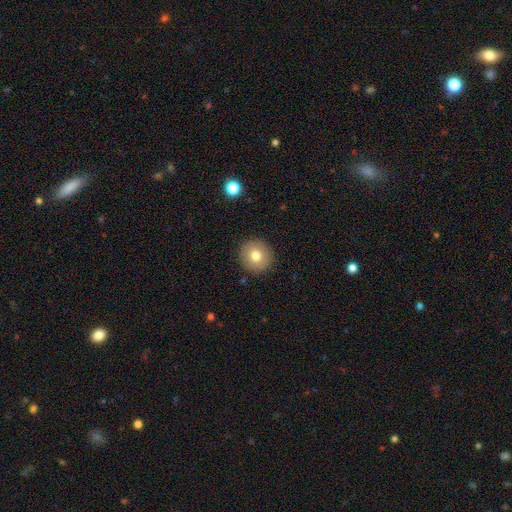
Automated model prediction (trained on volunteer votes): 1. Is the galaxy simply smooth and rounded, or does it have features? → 76% smooth, 15% featured or disk, 9% star or artifact.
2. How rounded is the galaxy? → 94% round, 5% in between, 1% cigar-shaped.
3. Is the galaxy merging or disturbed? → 90% none, 6% minor disturbance, 2% major disturbance, 1% merger.